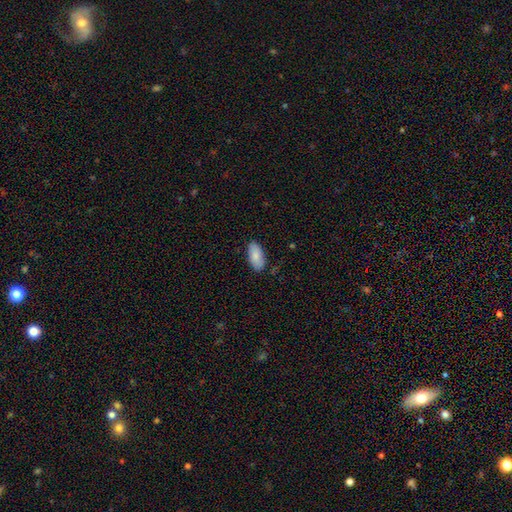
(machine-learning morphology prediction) type=smooth (85%); roundness=in between (94%); merging=none (81%).